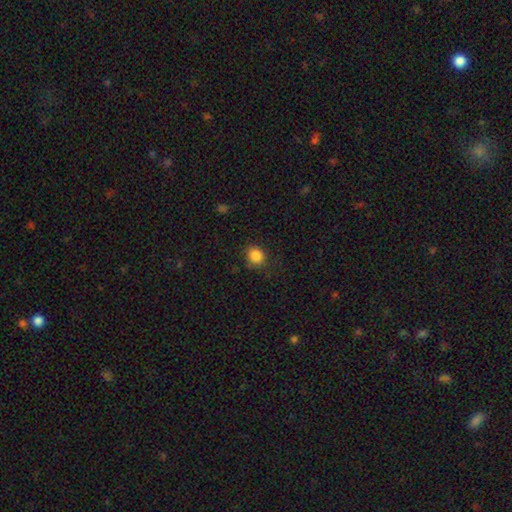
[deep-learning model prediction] smooth 86%, star or artifact 10%, featured or disk 4%. Down the decision tree: how rounded — round (80%); merging — none (83%).